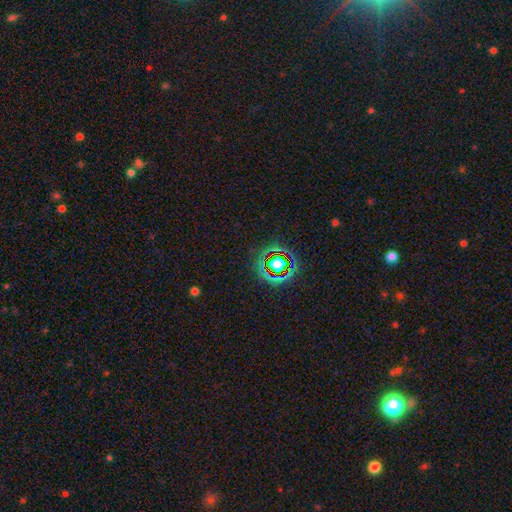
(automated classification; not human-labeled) Q: Smooth or featured?
A: star or artifact (74%); runner-up: smooth (15%)